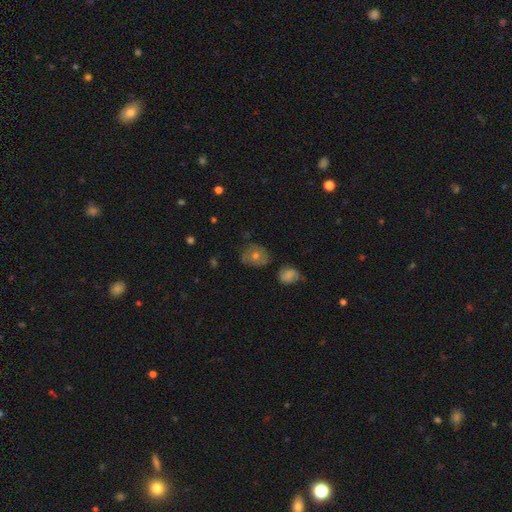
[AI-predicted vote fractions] Smooth or featured? smooth (42%)
Merging? none (67%)